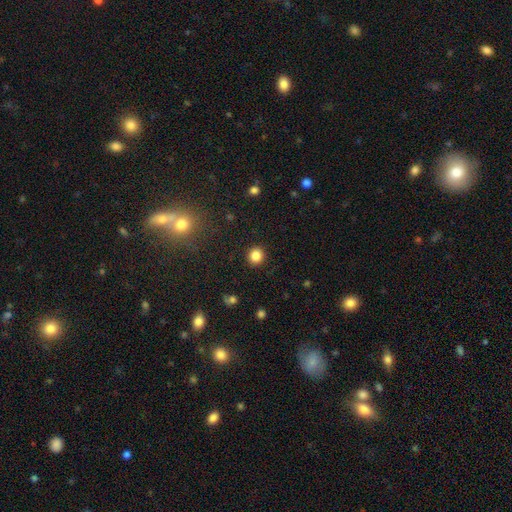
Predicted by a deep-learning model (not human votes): A smooth galaxy with no disk features (85%) that is round (90%).

Vote fractions:
- Smooth or featured? smooth: 85% / star or artifact: 11% / featured or disk: 4%
- How rounded? round: 90% / in between: 9% / cigar-shaped: 1%
- Merging? none: 92% / minor disturbance: 5% / major disturbance: 2% / merger: 1%